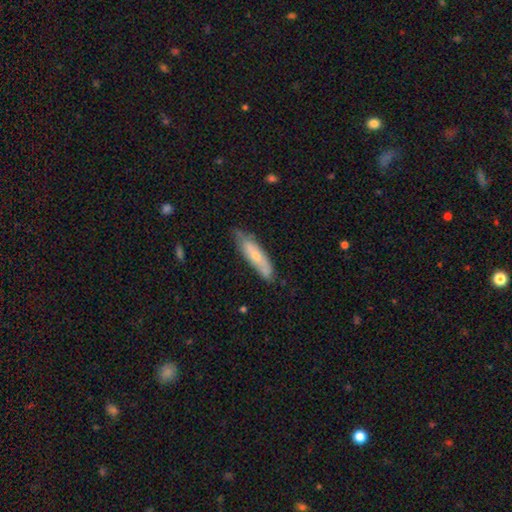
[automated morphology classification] smooth 58%, featured or disk 36%, star or artifact 6%. Down the decision tree: how rounded — cigar-shaped (67%); merging — none (68%).